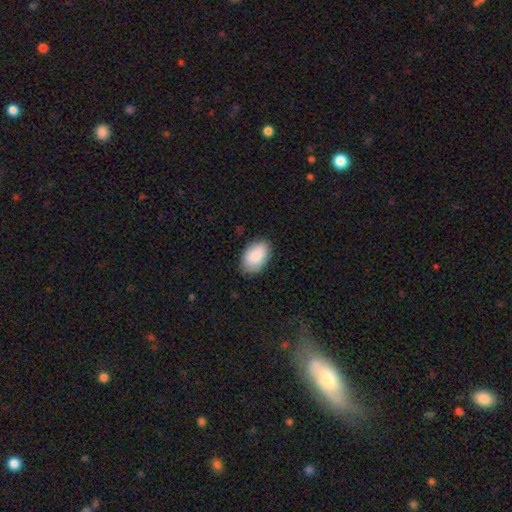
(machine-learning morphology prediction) This appears to be a smooth galaxy with no disk features (89%) that is in between round and cigar-shaped (92%). Merging: none (81%).